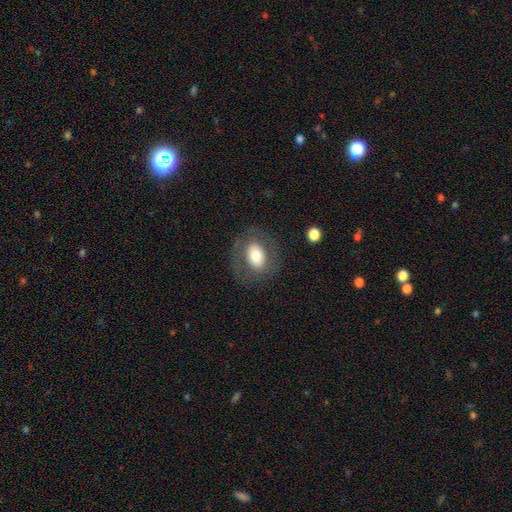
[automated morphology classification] Smooth or featured? smooth (65%)
How rounded? in between (72%)
Merging? none (78%)